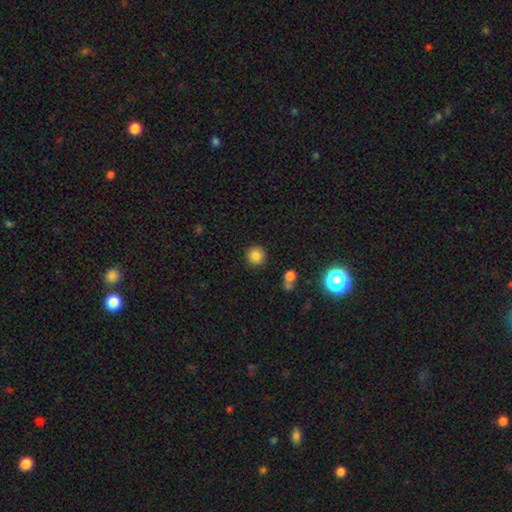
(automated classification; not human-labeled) The model was most divided on "smooth or featured": smooth: 84%, star or artifact: 11%, featured or disk: 5%. More confident: how rounded — round (94%); merging — none (90%).